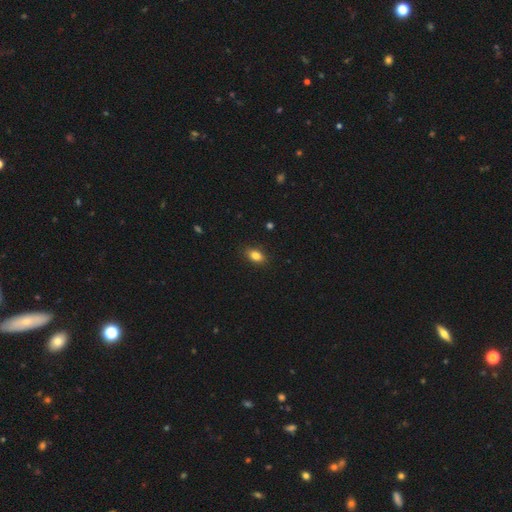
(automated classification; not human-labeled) The model was most divided on "how rounded": in between: 84%, round: 13%, cigar-shaped: 3%. More confident: merging — none (87%); smooth or featured — smooth (84%).